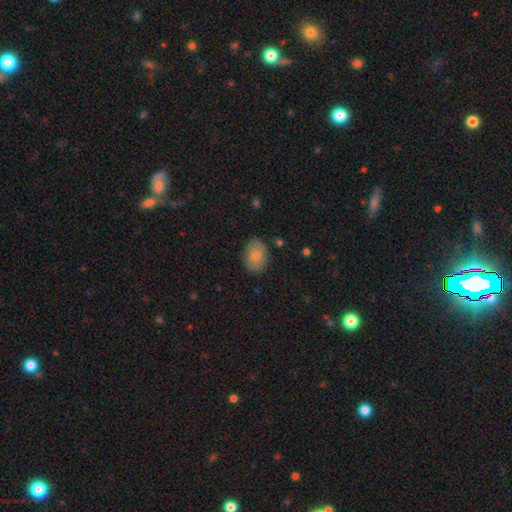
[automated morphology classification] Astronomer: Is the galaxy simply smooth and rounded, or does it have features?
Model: smooth — 81%.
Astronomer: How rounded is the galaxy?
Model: in between — 74%.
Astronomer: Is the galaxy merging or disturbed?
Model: none — 80%.